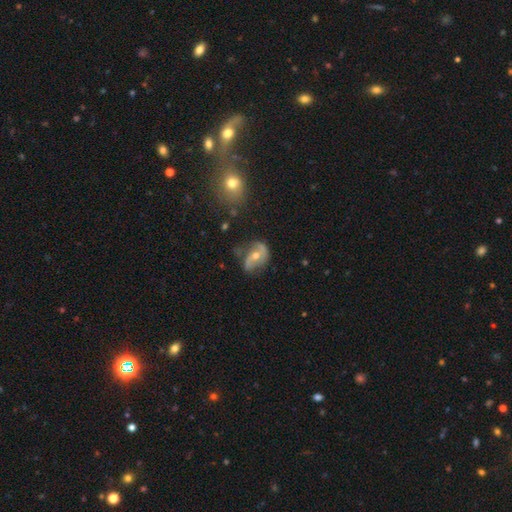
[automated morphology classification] A featured or disk galaxy (75%) with no bar (50%), 2 (77%) medium (41%) spiral arms (84%) and a moderate central bulge (64%). Merging: none (56%).